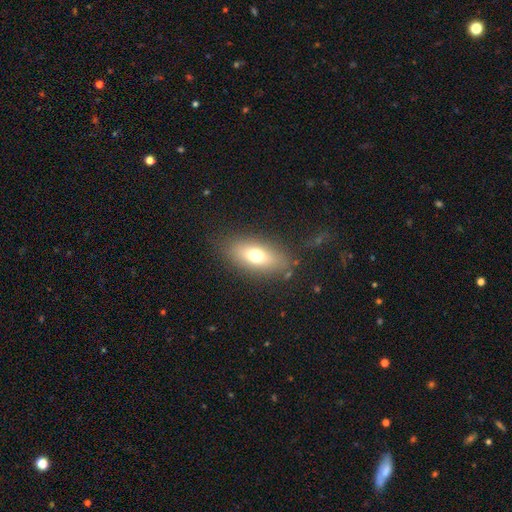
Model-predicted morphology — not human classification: Smooth or featured: smooth — 69% (featured or disk — 21%)
How rounded: in between — 80% (cigar-shaped — 13%)
Merging: none — 81% (minor disturbance — 12%)